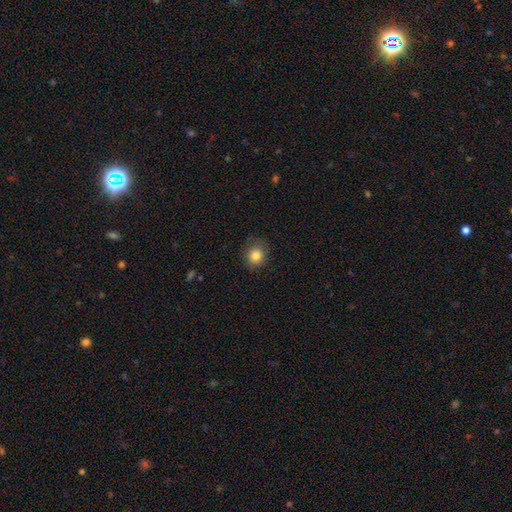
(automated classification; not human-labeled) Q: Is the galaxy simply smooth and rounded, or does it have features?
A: smooth — 82%.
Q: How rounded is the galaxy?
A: round — 82%.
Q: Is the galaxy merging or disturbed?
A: none — 78%.